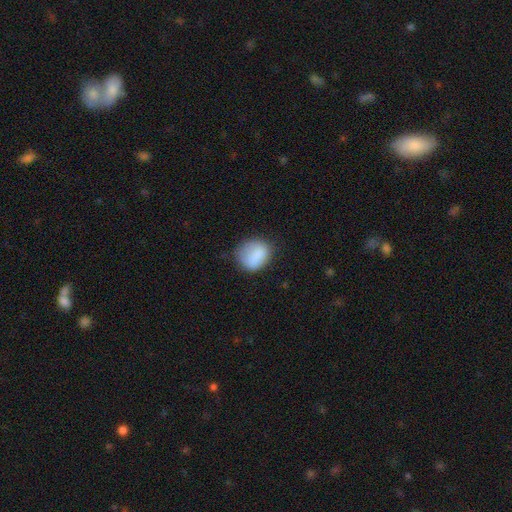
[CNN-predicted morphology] A smooth galaxy with no disk features (83%) that is round (57%). Merging: none (60%).